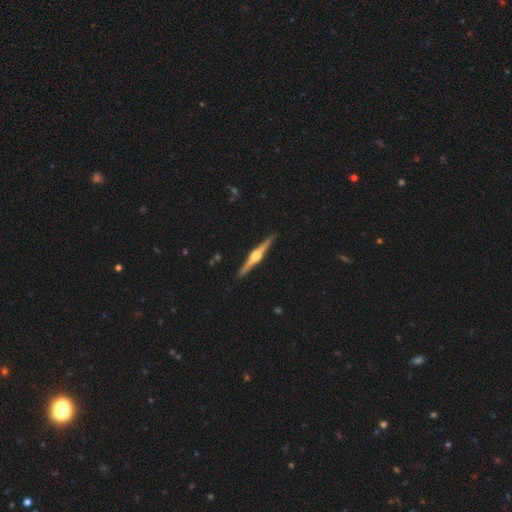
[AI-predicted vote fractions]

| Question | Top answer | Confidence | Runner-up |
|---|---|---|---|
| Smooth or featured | featured or disk | 84% | smooth (12%) |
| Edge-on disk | yes | 99% | no (1%) |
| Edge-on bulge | rounded | 95% | boxy (3%) |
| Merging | none | 92% | minor disturbance (5%) |